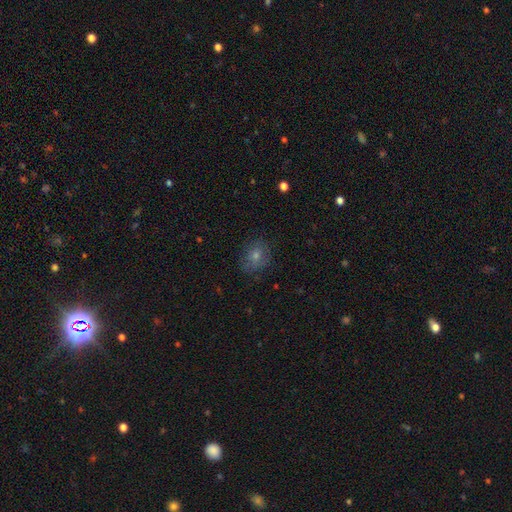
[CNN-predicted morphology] The model was most divided on "smooth or featured": smooth: 54%, featured or disk: 24%, star or artifact: 22%. More confident: merging — none (79%); how rounded — round (65%).